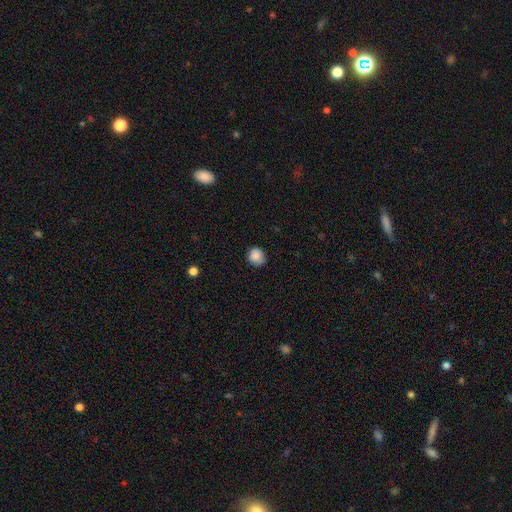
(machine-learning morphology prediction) A smooth galaxy with no disk features (87%) that is round (85%). Merging: none (80%).